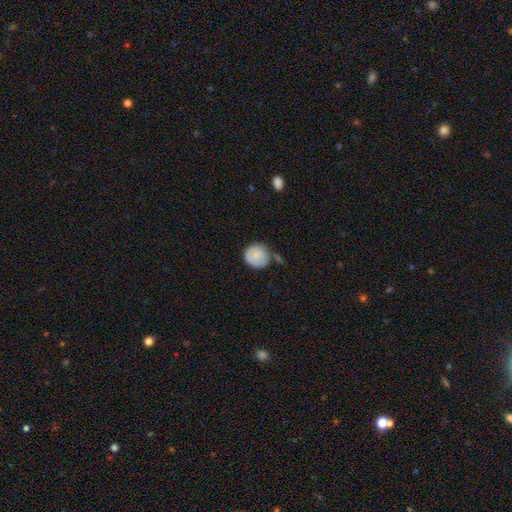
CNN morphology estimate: A smooth galaxy with no disk features (81%) that is round (85%). Merging: none (57%).